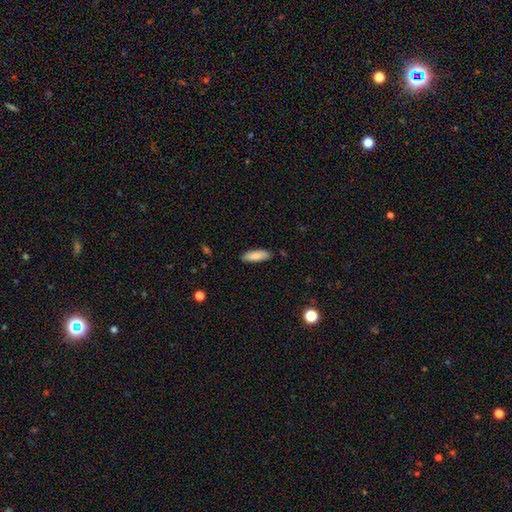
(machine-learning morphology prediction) Smooth or featured: smooth — 85% (featured or disk — 9%)
How rounded: in between — 54% (cigar-shaped — 45%)
Merging: none — 86% (minor disturbance — 11%)